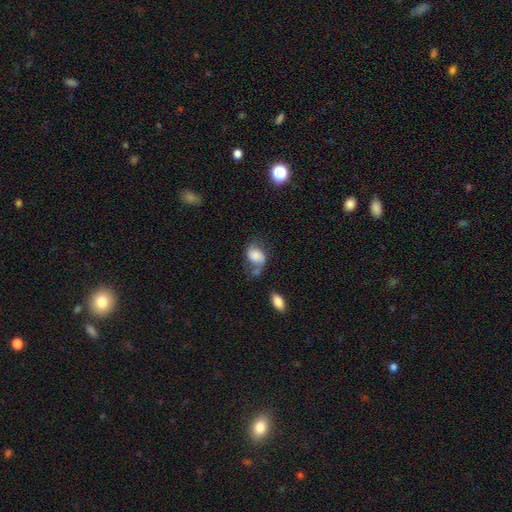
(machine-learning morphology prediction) This is possibly a smooth galaxy (50%). How rounded: likely in between (70%). Merging: marginally none (31%).